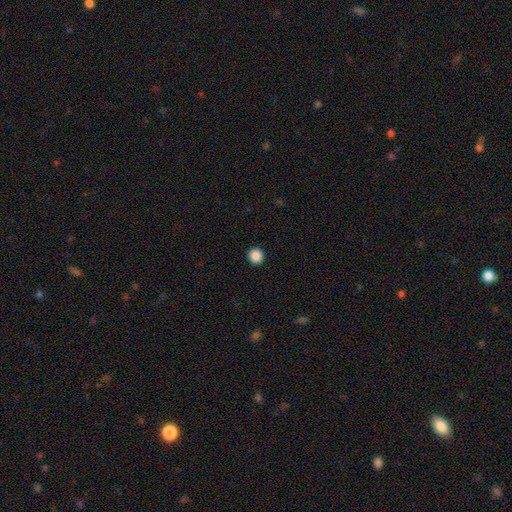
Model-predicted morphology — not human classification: A smooth galaxy with no disk features (88%) that is round (91%).

Vote fractions:
- Smooth or featured? smooth: 88% / star or artifact: 9% / featured or disk: 2%
- How rounded? round: 91% / in between: 8% / cigar-shaped: 1%
- Merging? none: 93% / minor disturbance: 4% / major disturbance: 2% / merger: 1%